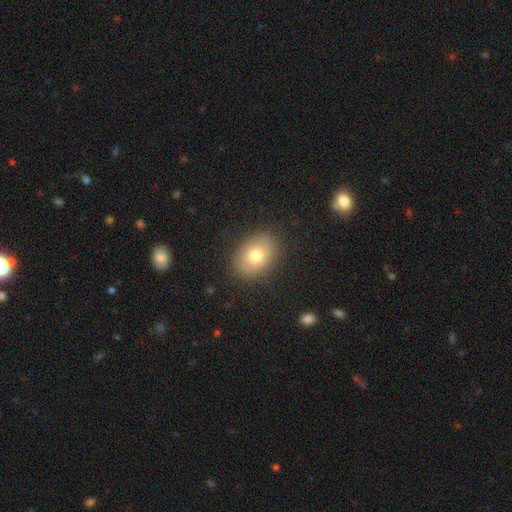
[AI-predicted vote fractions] This is likely a smooth galaxy (75%). How rounded: likely in between (75%). Merging: clearly none (87%).